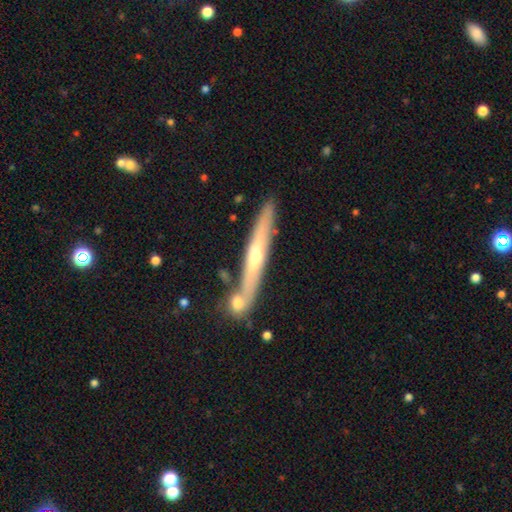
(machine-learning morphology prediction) Overall: featured or disk (68%). Edge-on disk: yes (91%). Edge-on bulge: rounded (73%). Merging: none (76%).